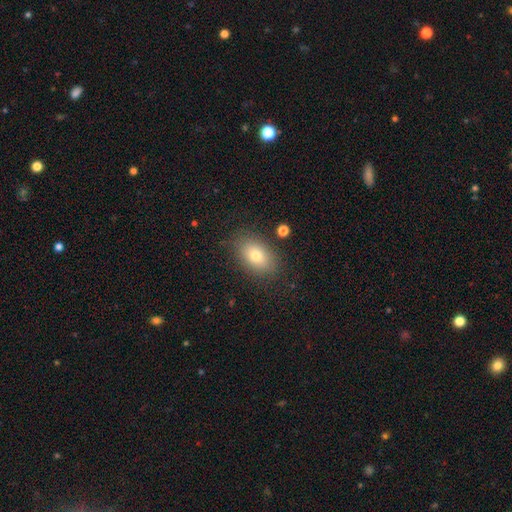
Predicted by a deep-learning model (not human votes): A smooth galaxy with no disk features (75%) that is in between round and cigar-shaped (85%). Merging: none (84%).